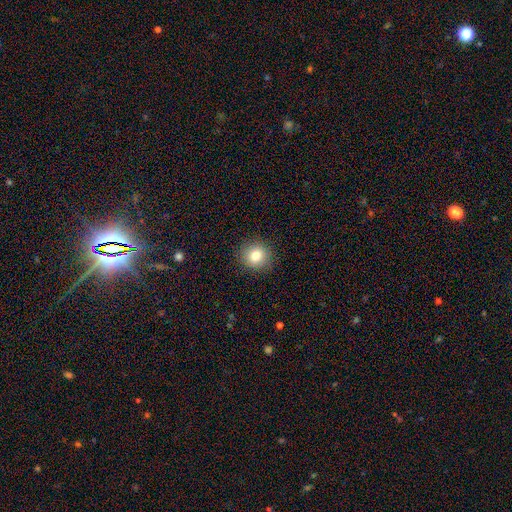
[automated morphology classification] Smooth or featured? Predicted: smooth (p=0.81). How rounded? Predicted: round (p=0.90). Merging? Predicted: none (p=0.90).